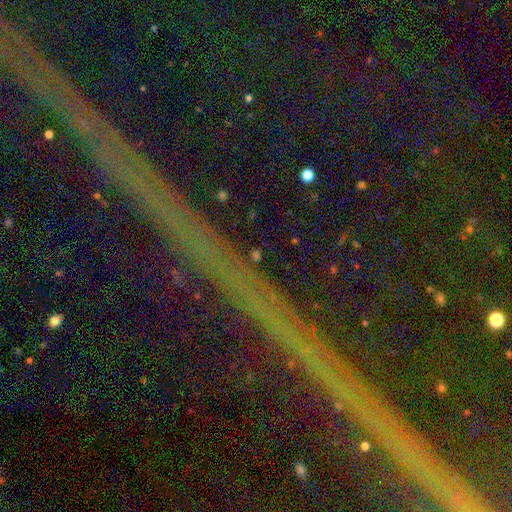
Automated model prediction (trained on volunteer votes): Q: Smooth or featured?
A: star or artifact (67%); runner-up: smooth (19%)